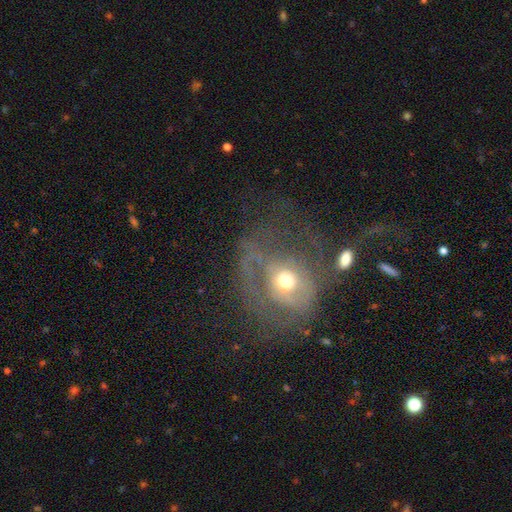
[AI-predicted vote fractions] A featured or disk galaxy (60%) with no bar (62%), no spiral arms (52%) and a moderate central bulge (64%). Merging: major disturbance (37%).